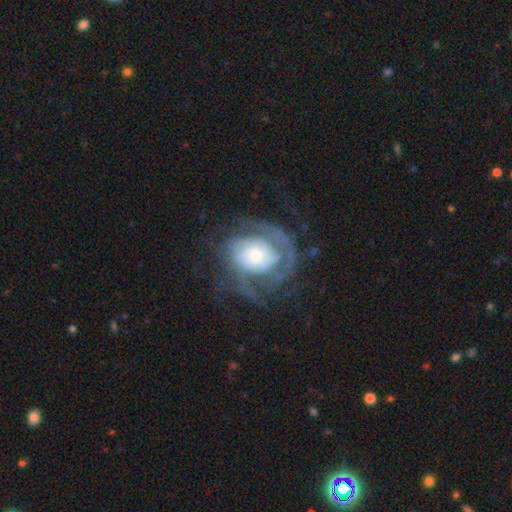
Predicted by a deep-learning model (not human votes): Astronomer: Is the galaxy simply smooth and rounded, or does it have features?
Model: featured or disk — 81%.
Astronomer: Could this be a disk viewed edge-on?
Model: no — 97%.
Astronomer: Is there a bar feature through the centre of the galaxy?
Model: no — 73%.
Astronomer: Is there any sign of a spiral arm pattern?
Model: yes — 90%.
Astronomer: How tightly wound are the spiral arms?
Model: tight — 53% (runner-up: medium, 34%).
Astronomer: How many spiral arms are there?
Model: can't tell — 33% (runner-up: 2, 31%).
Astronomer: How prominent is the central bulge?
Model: moderate — 40%, tied with small at 40%.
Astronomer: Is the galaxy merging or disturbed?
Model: none — 54%.